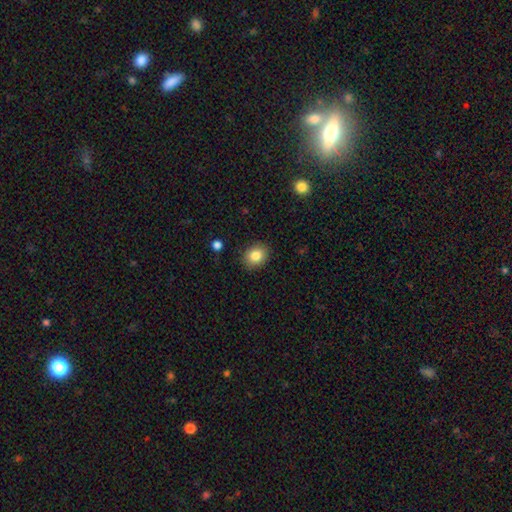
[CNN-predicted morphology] Q: Smooth or featured?
A: smooth (84%); runner-up: star or artifact (9%)
Q: How rounded?
A: round (55%); runner-up: in between (45%)
Q: Merging?
A: none (87%); runner-up: minor disturbance (9%)